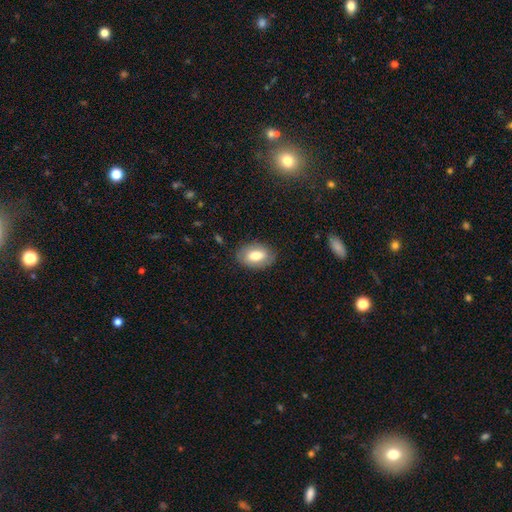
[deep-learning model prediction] Smooth or featured?
  - smooth: 73% *
  - featured or disk: 20%
  - star or artifact: 7%
How rounded?
  - in between: 89% *
  - round: 9%
  - cigar-shaped: 2%
Merging?
  - none: 83% *
  - minor disturbance: 12%
  - major disturbance: 3%
  - merger: 1%